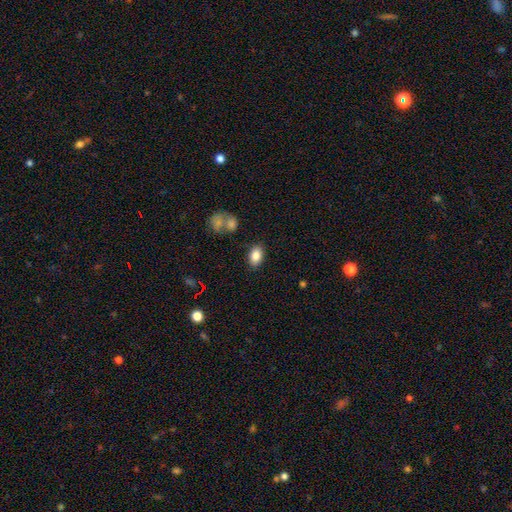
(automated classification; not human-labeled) Smooth or featured?
  - smooth: 84% *
  - star or artifact: 8%
  - featured or disk: 8%
How rounded?
  - in between: 88% *
  - round: 10%
  - cigar-shaped: 2%
Merging?
  - none: 84% *
  - minor disturbance: 10%
  - merger: 3%
  - major disturbance: 3%